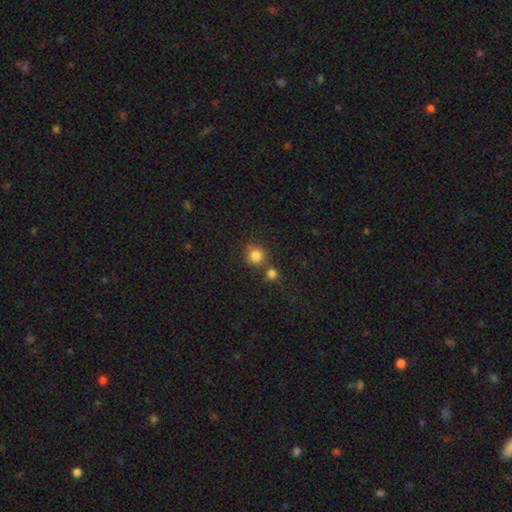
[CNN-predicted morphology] This appears to be a smooth galaxy with no disk features (81%) that is round (92%). Merging: none (68%).